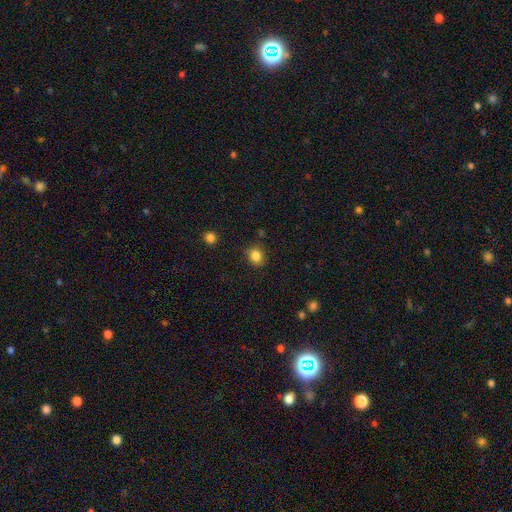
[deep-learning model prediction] The model was most divided on "how rounded": round: 65%, in between: 34%, cigar-shaped: 1%. More confident: smooth or featured — smooth (85%); merging — none (82%).